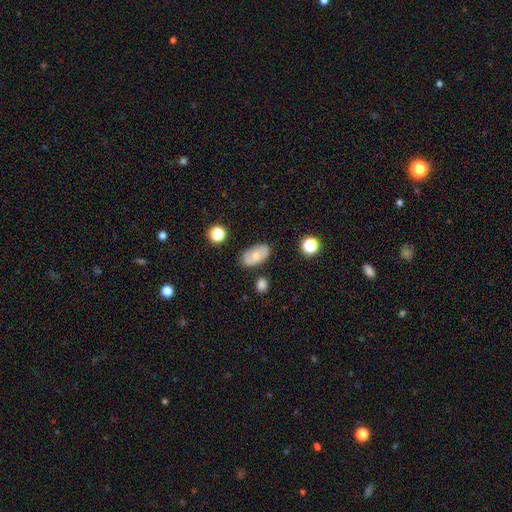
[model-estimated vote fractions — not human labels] smooth 66%, featured or disk 26%, star or artifact 8%. Down the decision tree: how rounded — in between (92%); merging — none (79%).